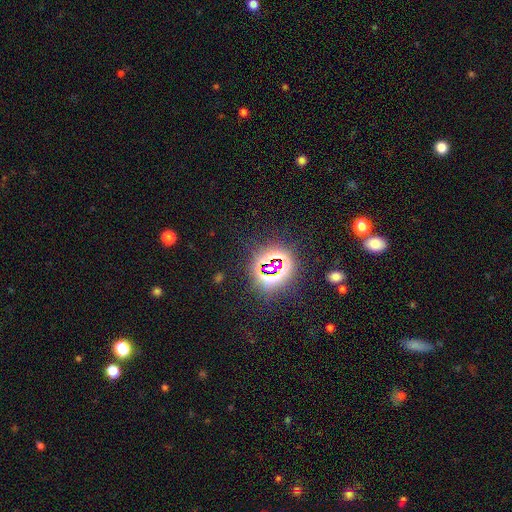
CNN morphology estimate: Overall: star or artifact (84%).